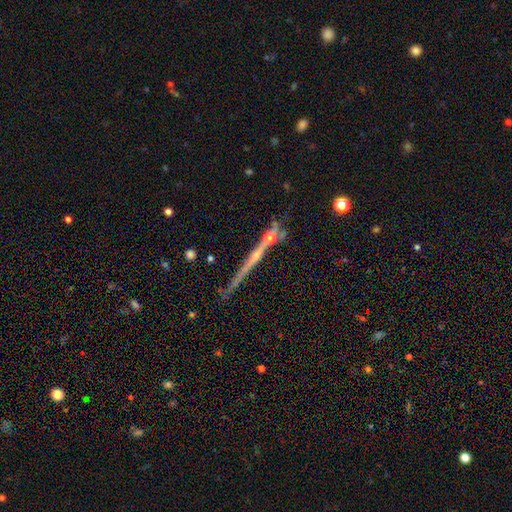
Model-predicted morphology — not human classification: Smooth or featured? featured or disk (72%)
Edge-on disk? yes (96%)
Edge-on bulge? rounded (52%)
Merging? none (67%)